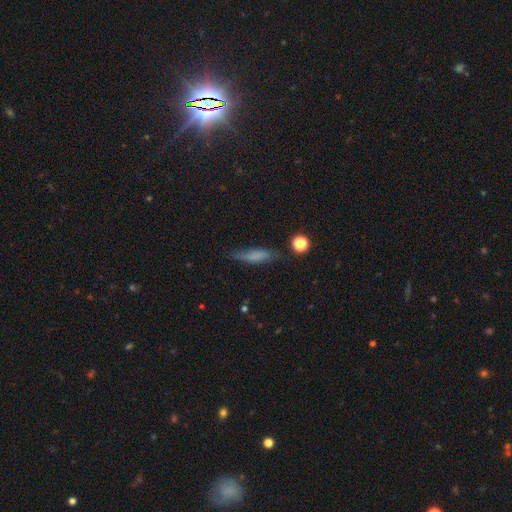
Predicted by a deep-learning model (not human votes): Smooth or featured?
  - smooth: 69% *
  - featured or disk: 21%
  - star or artifact: 11%
How rounded?
  - cigar-shaped: 68% *
  - in between: 28%
  - round: 3%
Merging?
  - none: 70% *
  - minor disturbance: 21%
  - major disturbance: 6%
  - merger: 3%